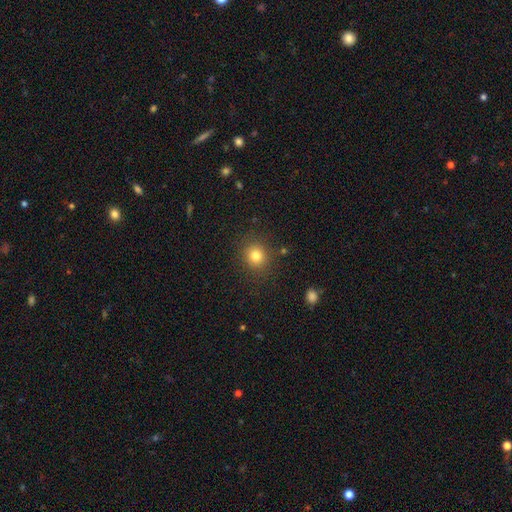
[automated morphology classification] The model was most divided on "smooth or featured": smooth: 80%, star or artifact: 13%, featured or disk: 7%. More confident: merging — none (87%); how rounded — round (85%).